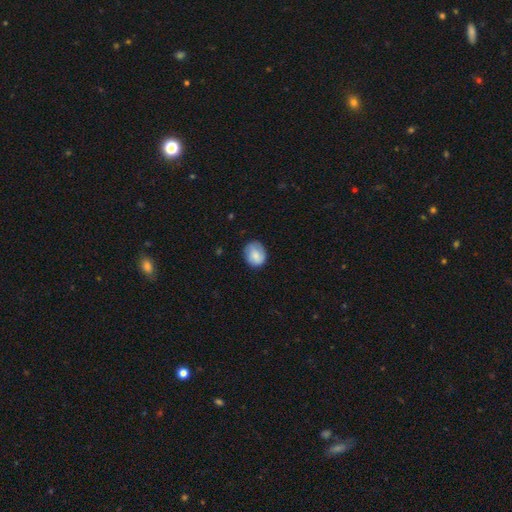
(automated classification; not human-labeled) Smooth or featured? Predicted: smooth (p=0.78). How rounded? Predicted: round (p=0.62). Merging? Predicted: none (p=0.73).